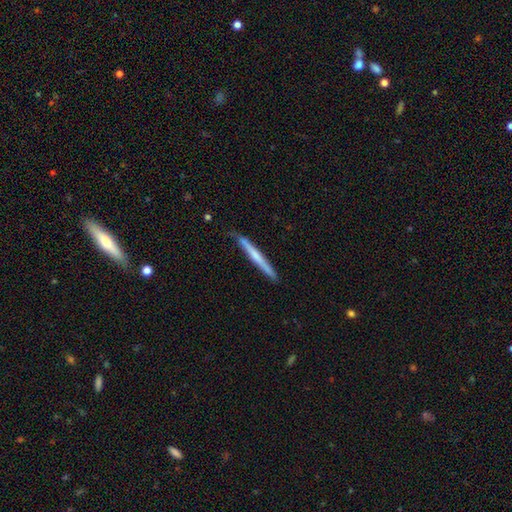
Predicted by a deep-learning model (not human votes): The model was most divided on "smooth or featured": featured or disk: 48%, smooth: 46%, star or artifact: 6%. More confident: merging — none (81%).